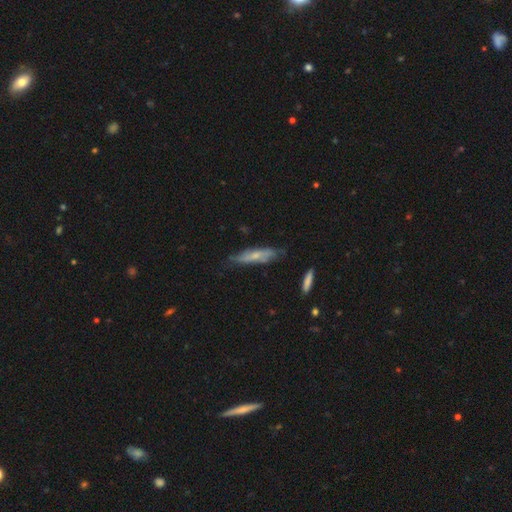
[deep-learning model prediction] Smooth or featured? Predicted: featured or disk (p=0.47, tied with smooth). Merging? Predicted: none (p=0.65).